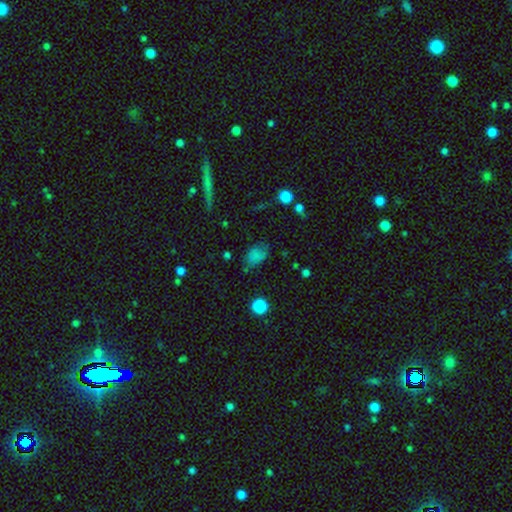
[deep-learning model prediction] smooth-or-featured: smooth: 70% | star or artifact: 19% | featured or disk: 11%
  how-rounded: in between: 79% | round: 19% | cigar-shaped: 2%
  merging: none: 56% | minor disturbance: 28% | major disturbance: 12% | merger: 4%